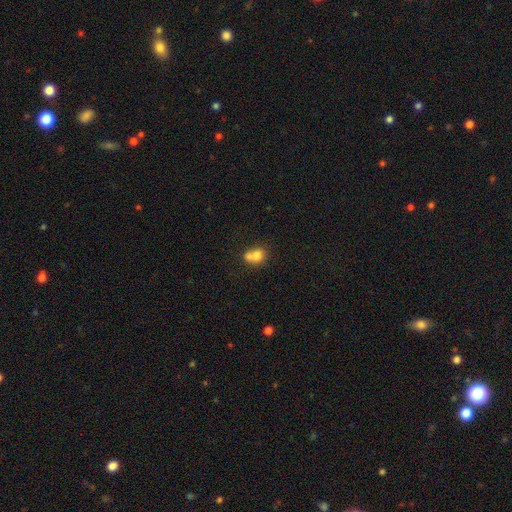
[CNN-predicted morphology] This appears to be a smooth galaxy with no disk features (72%) that is round (60%). Merging: merger (59%).